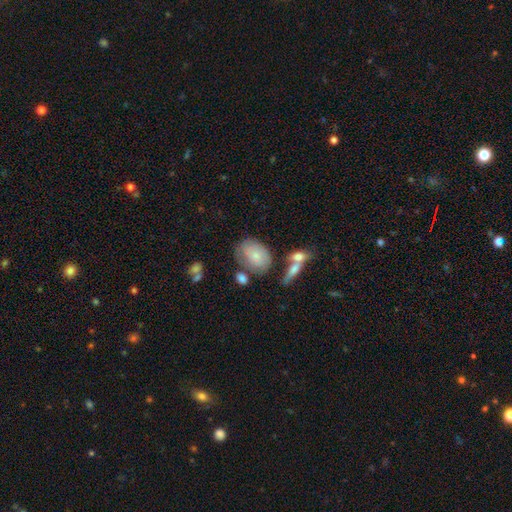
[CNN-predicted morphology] A smooth galaxy with no disk features (67%) that is in between round and cigar-shaped (75%).

Vote fractions:
- Smooth or featured? smooth: 67% / featured or disk: 26% / star or artifact: 7%
- How rounded? in between: 75% / round: 23% / cigar-shaped: 2%
- Merging? none: 53% / minor disturbance: 25% / merger: 13% / major disturbance: 10%